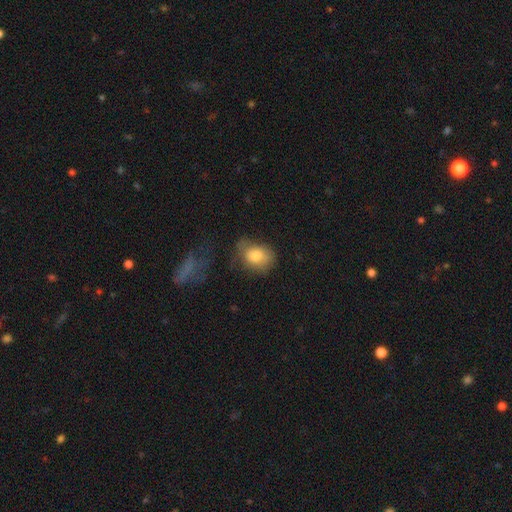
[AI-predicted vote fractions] This is likely a smooth galaxy (78%). How rounded: possibly round (50%). Merging: marginally none (44%).